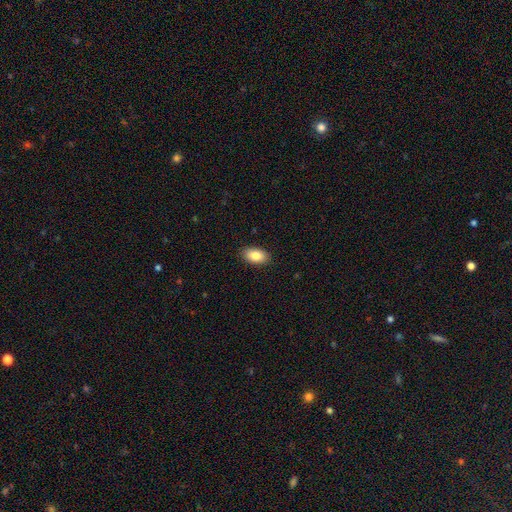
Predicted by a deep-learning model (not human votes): smooth 85%, featured or disk 8%, star or artifact 7%. Down the decision tree: how rounded — in between (93%); merging — none (89%).